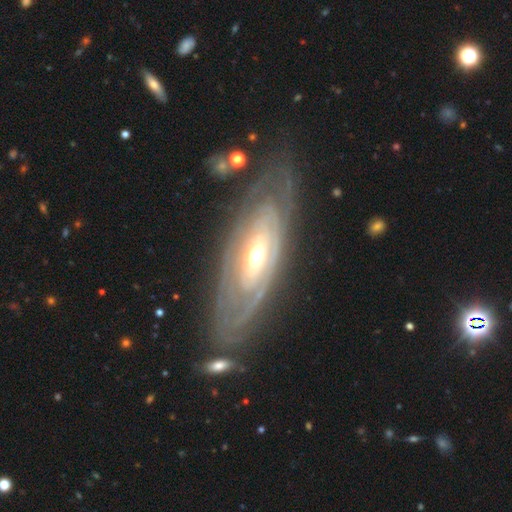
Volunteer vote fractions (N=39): A featured or disk galaxy (92%) with no bar (68%), tight (78%) spiral arms (82%) and a moderate central bulge (71%).

Vote fractions:
- Smooth or featured? featured or disk: 92% / smooth: 5% / star or artifact: 3%
- Edge-on disk? no: 78% / yes: 22%
- Bar? no: 68% / weak: 18% / strong: 14%
- Spiral arms? yes: 82% / no: 18%
- Spiral winding? tight: 78% / medium: 17% / loose: 4%
- Spiral arm count? can't tell: 61% / 2: 22% / 3: 9% / 1: 4% / more than 4: 4% / 4: 0%
- Bulge size? moderate: 71% / small: 21% / dominant: 4% / large: 4% / none: 0%
- Merging? none: 84% / minor disturbance: 8% / major disturbance: 5% / merger: 3%